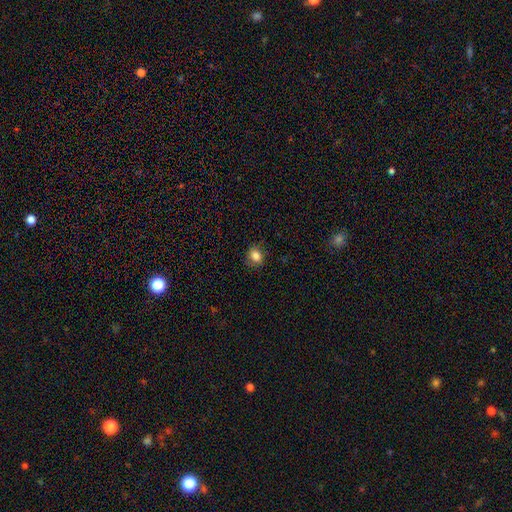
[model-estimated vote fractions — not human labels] A smooth galaxy with no disk features (83%) that is round (59%). Merging: none (84%).